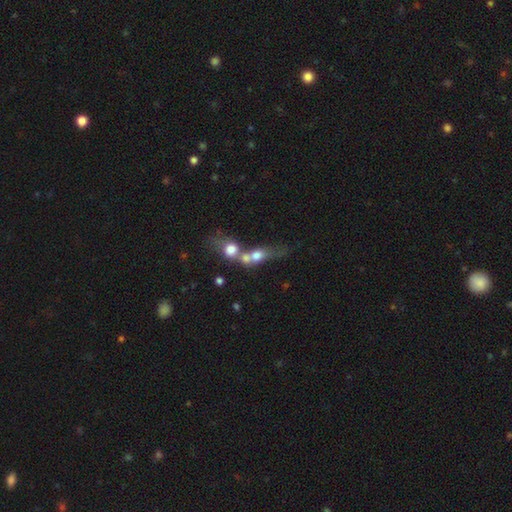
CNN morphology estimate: smooth_or_featured: smooth (p=0.63) [alt: featured or disk p=0.26]
how_rounded: round (p=0.51) [alt: in between p=0.39]
merging: merger (p=0.73) [alt: none p=0.14]